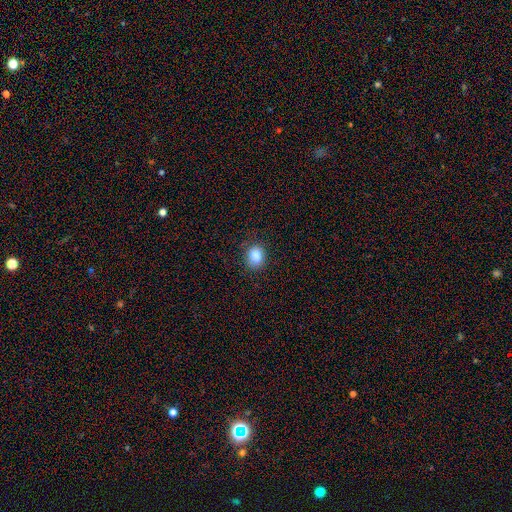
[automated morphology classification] Smooth or featured? Predicted: smooth (p=0.86). How rounded? Predicted: round (p=0.53). Merging? Predicted: none (p=0.82).